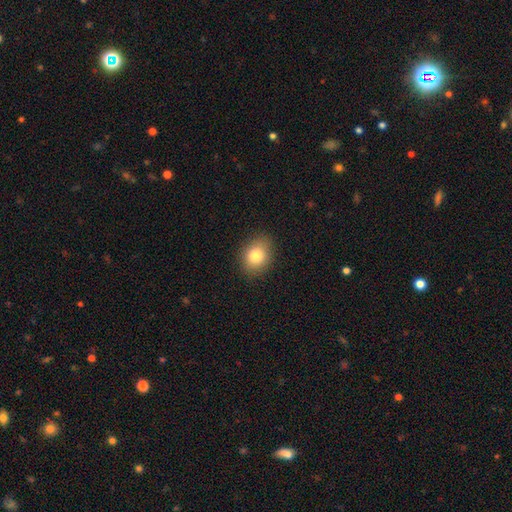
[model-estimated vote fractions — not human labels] Morphology: type=smooth (82%); roundness=in between (57%); merging=none (86%).